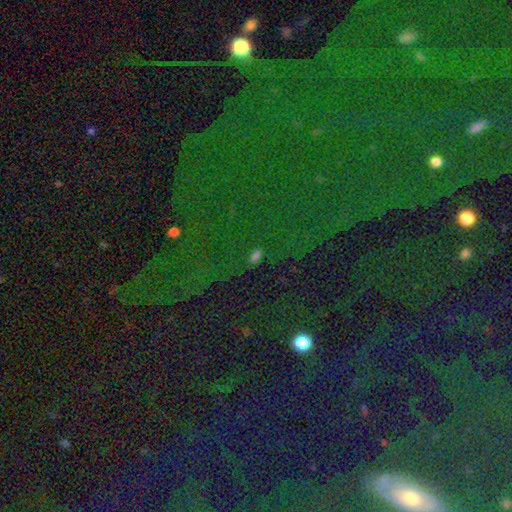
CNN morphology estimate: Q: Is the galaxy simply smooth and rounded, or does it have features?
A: star or artifact — 48%.